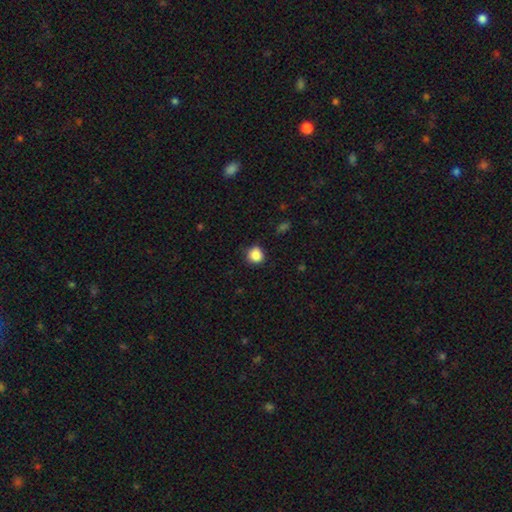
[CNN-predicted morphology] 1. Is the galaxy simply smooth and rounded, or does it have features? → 87% smooth, 10% star or artifact, 3% featured or disk.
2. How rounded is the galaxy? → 89% round, 11% in between, 1% cigar-shaped.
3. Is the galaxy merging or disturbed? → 84% none, 12% minor disturbance, 3% major disturbance, 1% merger.